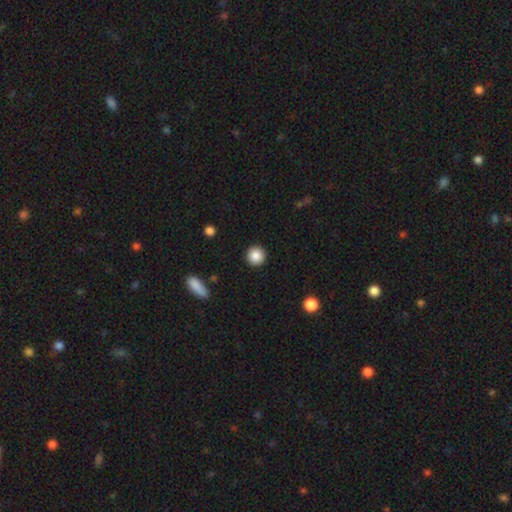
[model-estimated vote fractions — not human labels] A smooth galaxy with no disk features (88%) that is round (95%).

Vote fractions:
- Smooth or featured? smooth: 88% / star or artifact: 9% / featured or disk: 4%
- How rounded? round: 95% / in between: 4% / cigar-shaped: 1%
- Merging? none: 92% / minor disturbance: 5% / major disturbance: 2% / merger: 1%